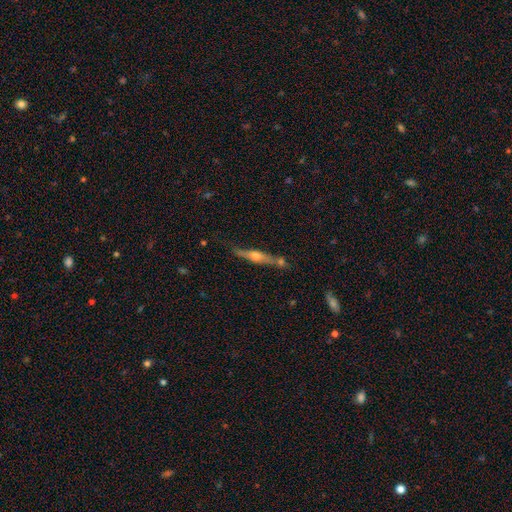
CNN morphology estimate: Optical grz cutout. It shows a featured or disk galaxy (72%) viewed edge-on (96%) with a rounded central bulge (88%). Merging: none (68%).